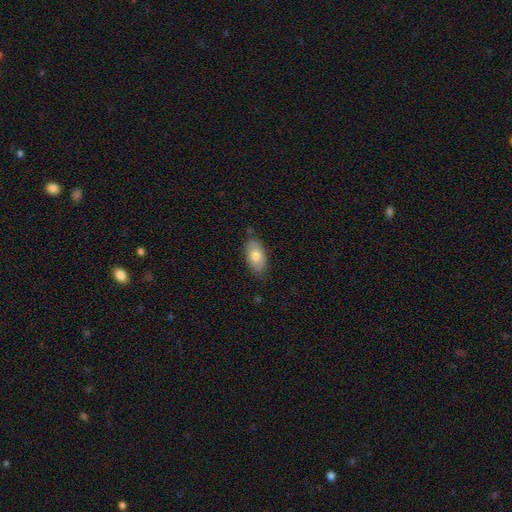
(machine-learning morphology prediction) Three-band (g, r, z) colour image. It shows a smooth galaxy with no disk features (75%) that is in between round and cigar-shaped (93%). Merging: none (77%).